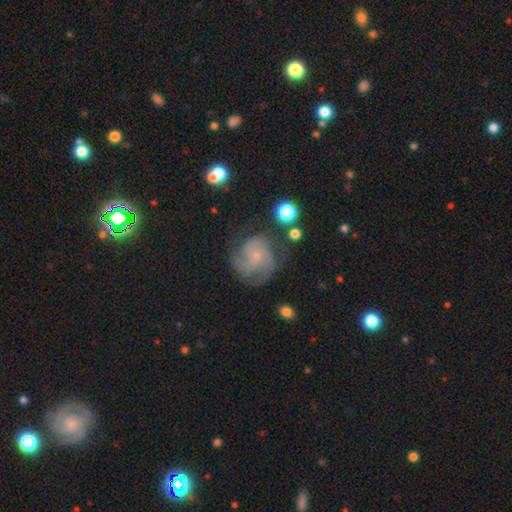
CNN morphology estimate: This is likely a featured or disk galaxy (78%). It is clearly not viewed edge-on (98%). Bar: likely no (77%). Spiral arm pattern: clearly yes (94%). Spiral arm count: marginally 3 (41%). Spiral winding: marginally medium (44%, tied with tight). Central bulge: likely small (80%). Merging: likely none (66%).